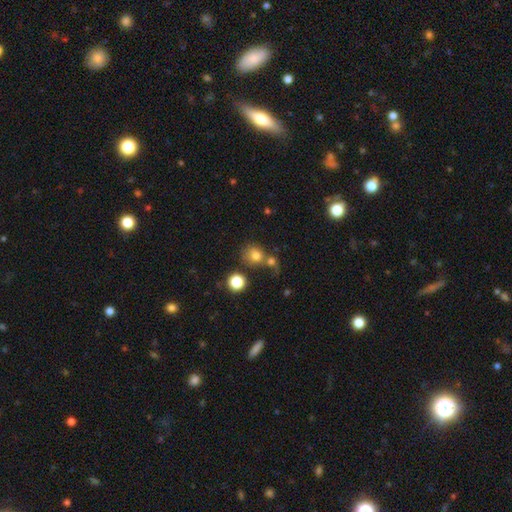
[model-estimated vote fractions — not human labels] Smooth or featured? Predicted: smooth (p=0.76). How rounded? Predicted: round (p=0.77). Merging? Predicted: none (p=0.45).